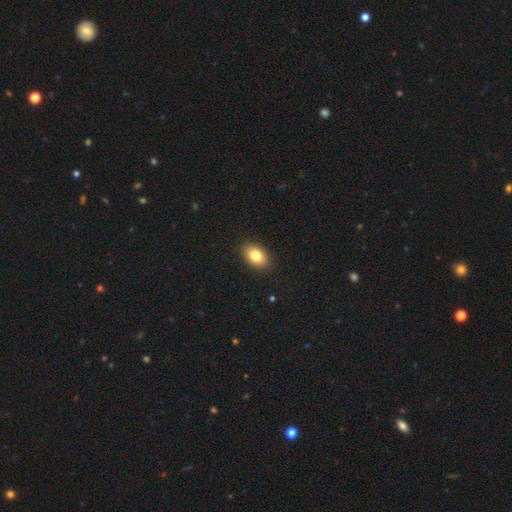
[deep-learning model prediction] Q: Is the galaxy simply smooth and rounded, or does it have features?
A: smooth — 81%.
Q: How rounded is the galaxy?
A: in between — 84%.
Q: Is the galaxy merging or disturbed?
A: none — 89%.